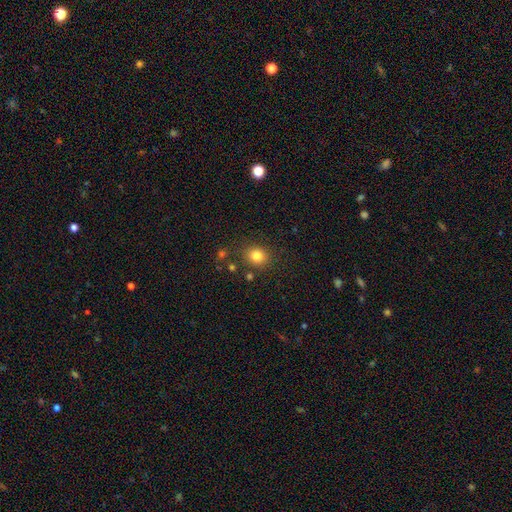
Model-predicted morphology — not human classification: A smooth galaxy with no disk features (81%) that is round (75%). Merging: none (83%).